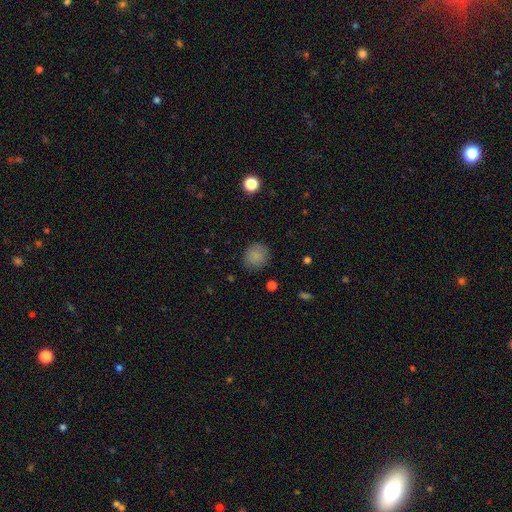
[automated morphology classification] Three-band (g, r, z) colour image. It shows a smooth galaxy with no disk features (83%) that is round (84%). Merging: none (85%).